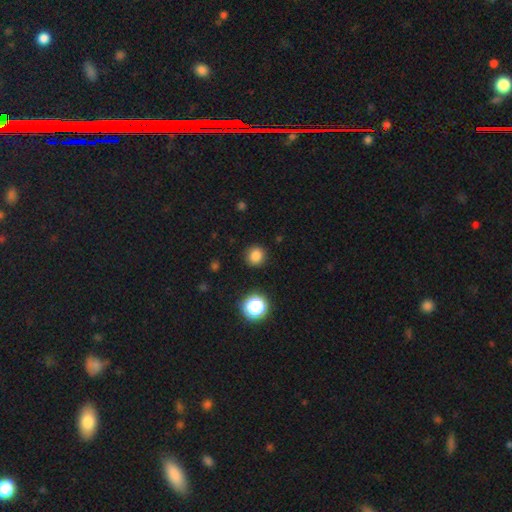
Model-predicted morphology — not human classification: This is clearly a smooth galaxy (82%). How rounded: clearly round (91%). Merging: clearly none (90%).